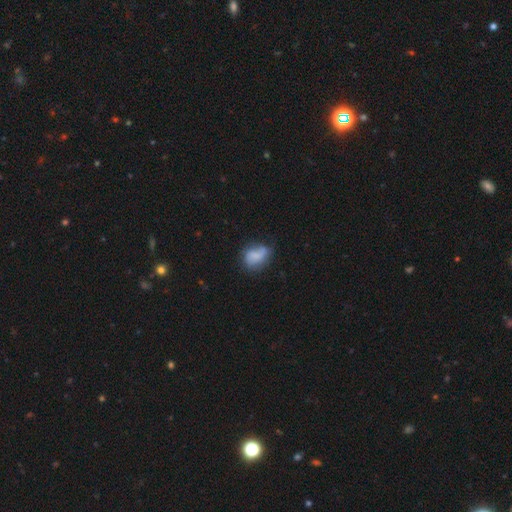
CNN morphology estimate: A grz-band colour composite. It shows a smooth galaxy with no disk features (64%) that is in between round and cigar-shaped (70%). Merging: none (43%).